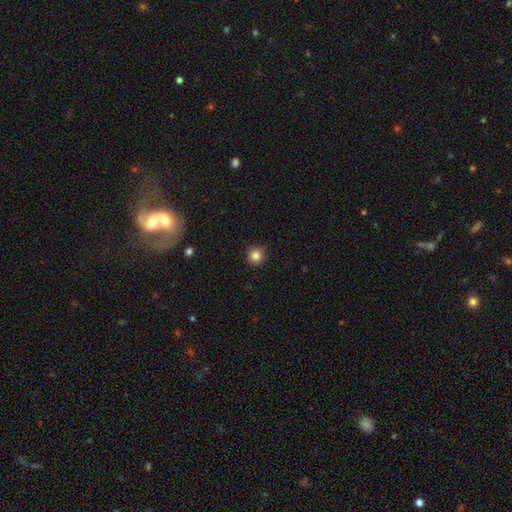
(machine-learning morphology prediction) smooth_or_featured: smooth (p=0.84) [alt: star or artifact p=0.11]
how_rounded: round (p=0.94) [alt: in between p=0.05]
merging: none (p=0.90) [alt: minor disturbance p=0.07]